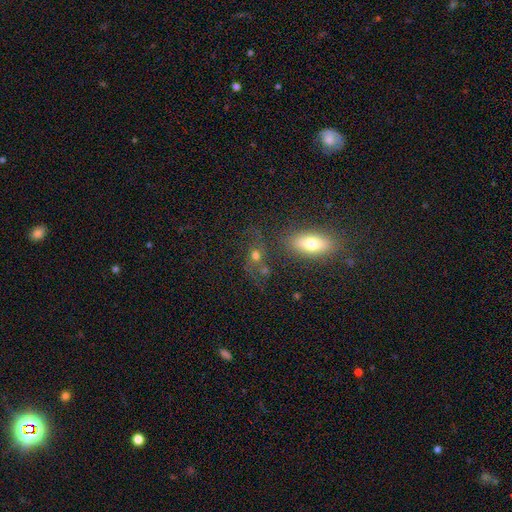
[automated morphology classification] The model was most divided on "how rounded": round: 51%, in between: 43%, cigar-shaped: 6%. More confident: smooth or featured — smooth (51%); merging — none (50%).